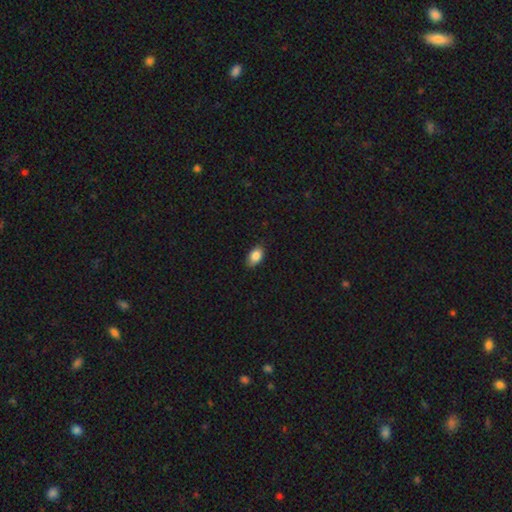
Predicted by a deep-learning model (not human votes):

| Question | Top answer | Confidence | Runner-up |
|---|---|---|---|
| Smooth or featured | smooth | 86% | star or artifact (8%) |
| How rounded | in between | 90% | round (8%) |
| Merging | none | 84% | minor disturbance (13%) |